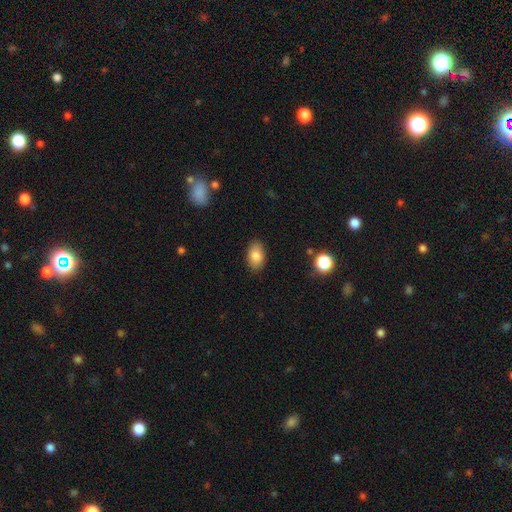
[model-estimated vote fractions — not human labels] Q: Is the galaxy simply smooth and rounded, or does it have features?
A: smooth — 85%.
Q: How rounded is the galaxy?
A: in between — 89%.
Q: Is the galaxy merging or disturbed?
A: none — 86%.